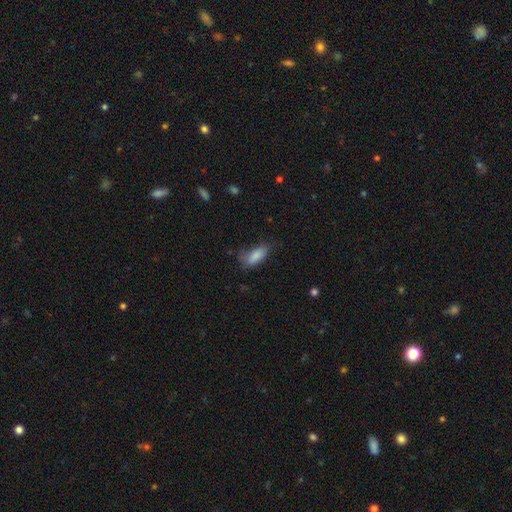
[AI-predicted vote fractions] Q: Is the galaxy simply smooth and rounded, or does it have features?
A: smooth — 84%.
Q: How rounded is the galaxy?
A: in between — 81%.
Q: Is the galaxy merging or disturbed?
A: none — 55%.